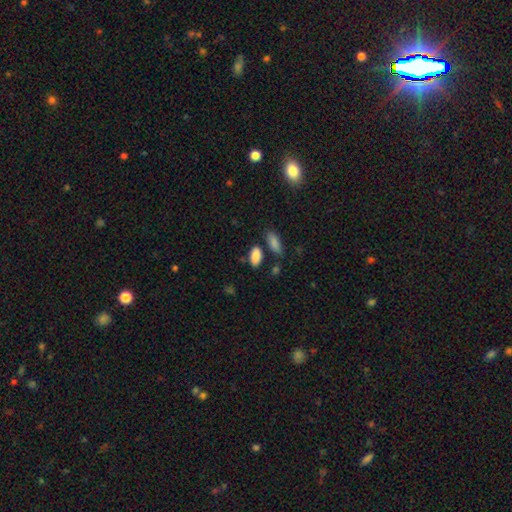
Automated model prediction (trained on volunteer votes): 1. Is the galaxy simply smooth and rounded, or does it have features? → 88% smooth, 7% star or artifact, 5% featured or disk.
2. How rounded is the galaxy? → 91% in between, 5% cigar-shaped, 3% round.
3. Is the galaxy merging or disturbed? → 76% none, 12% minor disturbance, 9% merger, 3% major disturbance.